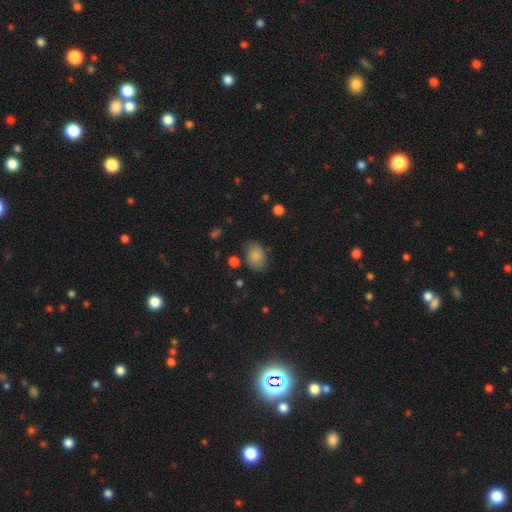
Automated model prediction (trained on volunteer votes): A smooth galaxy with no disk features (84%) that is in between round and cigar-shaped (81%). Merging: none (72%).